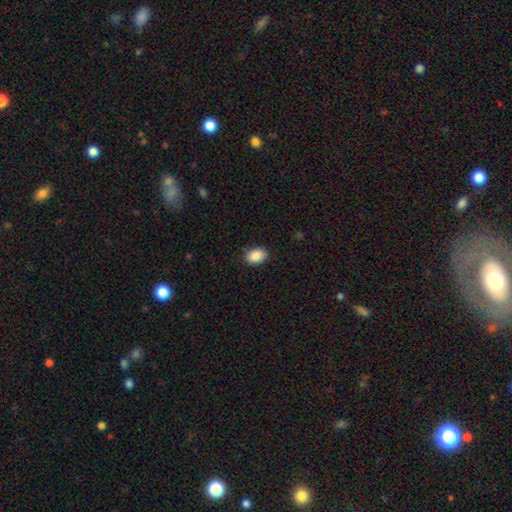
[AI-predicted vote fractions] smooth_or_featured: smooth (p=0.88) [alt: star or artifact p=0.07]
how_rounded: in between (p=0.81) [alt: round p=0.18]
merging: none (p=0.88) [alt: minor disturbance p=0.09]